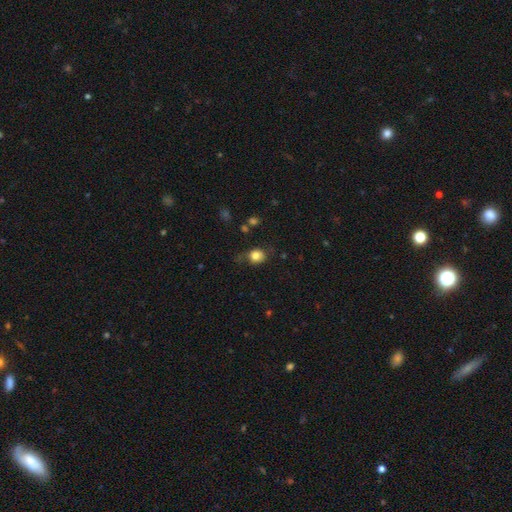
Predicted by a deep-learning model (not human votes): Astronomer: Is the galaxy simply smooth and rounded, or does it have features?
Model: smooth — 80%.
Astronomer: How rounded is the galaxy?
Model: round — 69%.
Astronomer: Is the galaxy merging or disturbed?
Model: none — 62%.